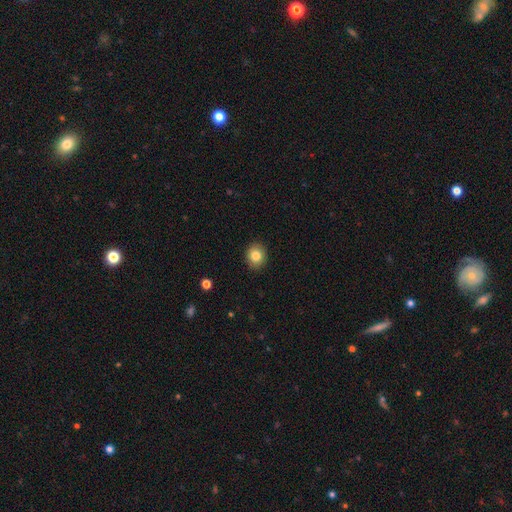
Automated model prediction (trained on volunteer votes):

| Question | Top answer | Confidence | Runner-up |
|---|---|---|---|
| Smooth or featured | smooth | 82% | star or artifact (9%) |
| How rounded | round | 66% | in between (33%) |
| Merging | none | 90% | minor disturbance (7%) |